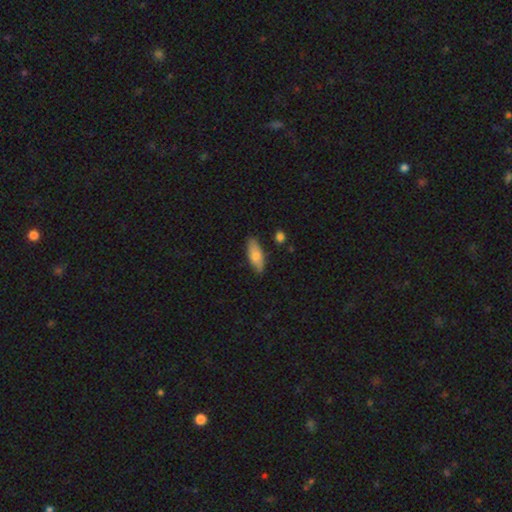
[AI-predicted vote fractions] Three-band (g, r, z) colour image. It shows a smooth galaxy with no disk features (77%) that is in between round and cigar-shaped (74%). Merging: none (81%).